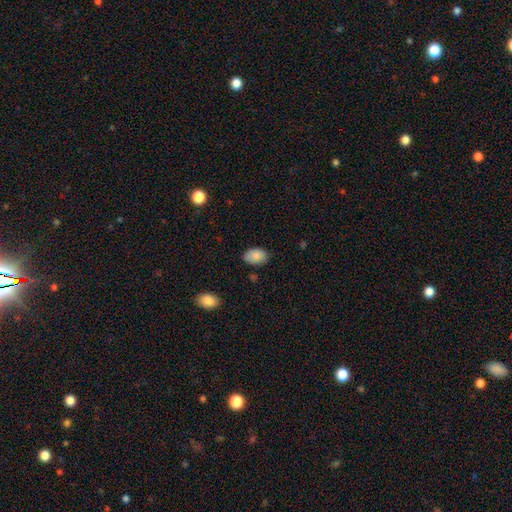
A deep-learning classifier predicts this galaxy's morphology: type=smooth (84%); roundness=in between (88%); merging=none (80%).